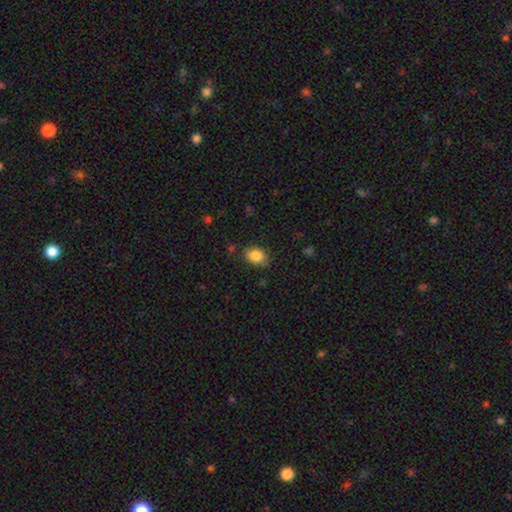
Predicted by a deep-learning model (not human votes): Morphology: type=smooth (86%); roundness=in between (68%); merging=none (75%).